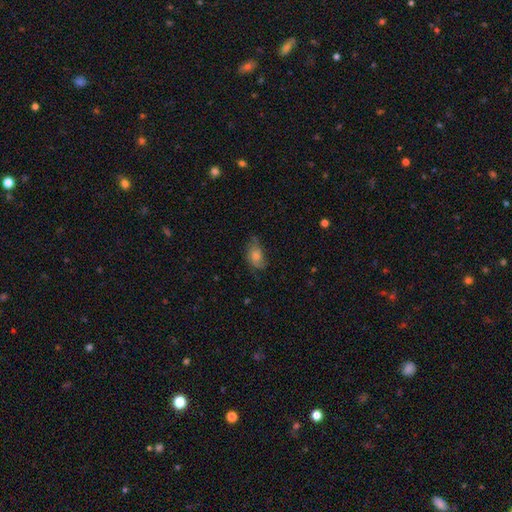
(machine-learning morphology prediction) smooth_or_featured: smooth (p=0.55) [alt: featured or disk p=0.33]
how_rounded: in between (p=0.82) [alt: round p=0.15]
merging: none (p=0.60) [alt: minor disturbance p=0.28]